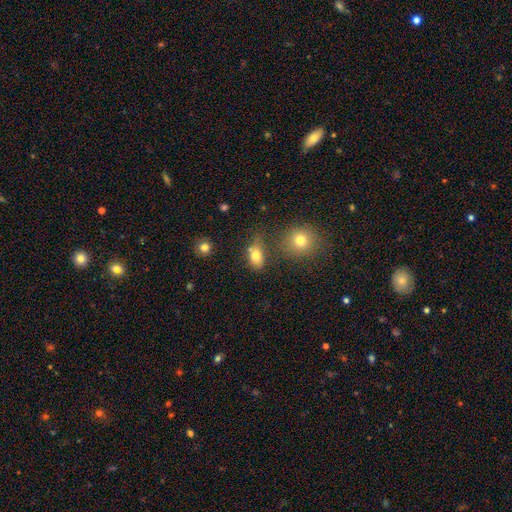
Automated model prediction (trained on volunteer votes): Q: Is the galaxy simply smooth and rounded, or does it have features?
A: smooth — 78%.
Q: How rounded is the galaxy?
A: in between — 76%.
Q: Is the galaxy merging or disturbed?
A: none — 58%.